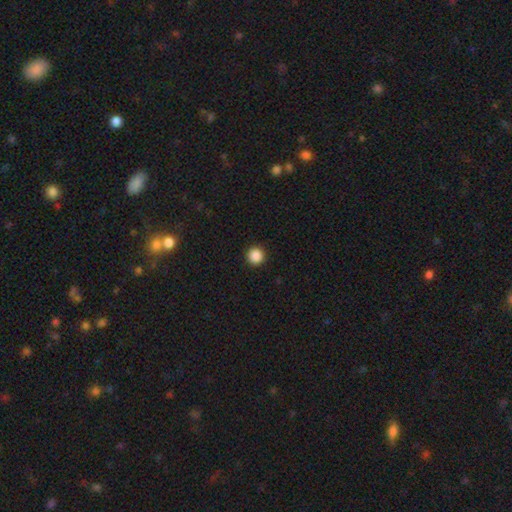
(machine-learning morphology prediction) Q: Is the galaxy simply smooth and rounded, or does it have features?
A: smooth — 88%.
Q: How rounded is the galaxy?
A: round — 96%.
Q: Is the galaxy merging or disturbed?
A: none — 93%.